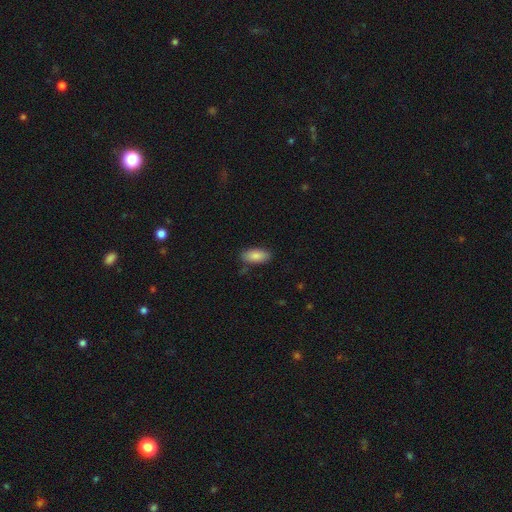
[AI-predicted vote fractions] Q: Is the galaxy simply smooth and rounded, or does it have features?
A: smooth — 87%.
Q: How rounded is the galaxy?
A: in between — 89%.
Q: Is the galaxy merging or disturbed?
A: none — 83%.